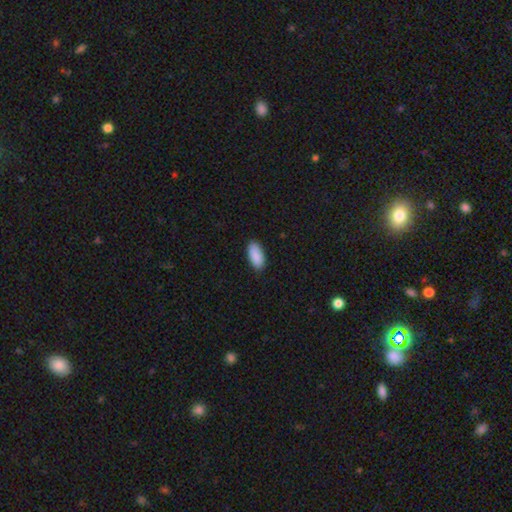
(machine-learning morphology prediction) Smooth or featured: smooth — 90% (star or artifact — 6%)
How rounded: in between — 91% (cigar-shaped — 7%)
Merging: none — 86% (minor disturbance — 11%)